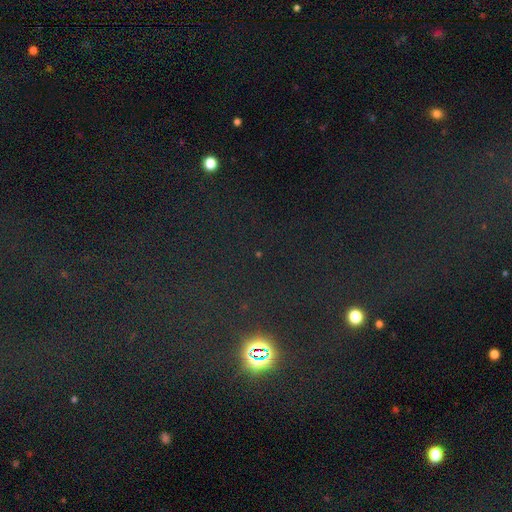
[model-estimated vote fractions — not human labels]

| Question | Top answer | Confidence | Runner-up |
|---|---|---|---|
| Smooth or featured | star or artifact | 74% | smooth (17%) |